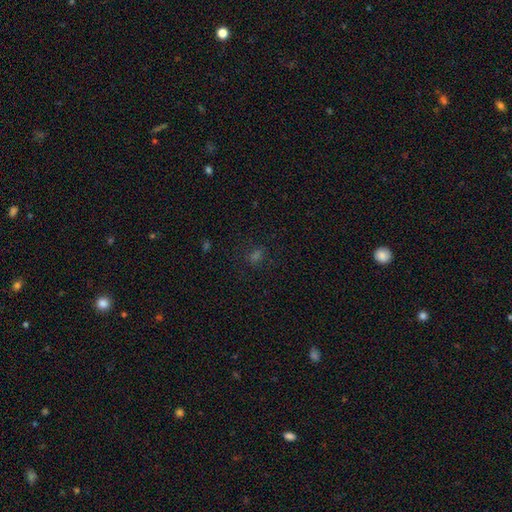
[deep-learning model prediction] A smooth galaxy with no disk features (49%). Merging: none (79%).